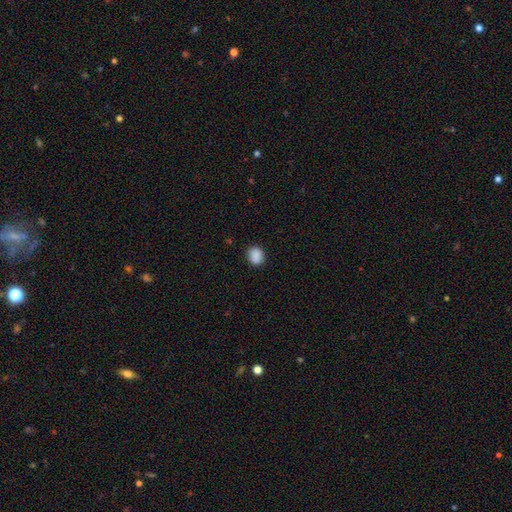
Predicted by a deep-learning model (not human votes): Smooth or featured?
  - smooth: 88% *
  - star or artifact: 9%
  - featured or disk: 3%
How rounded?
  - round: 66% *
  - in between: 33%
  - cigar-shaped: 1%
Merging?
  - none: 87% *
  - minor disturbance: 10%
  - major disturbance: 2%
  - merger: 1%